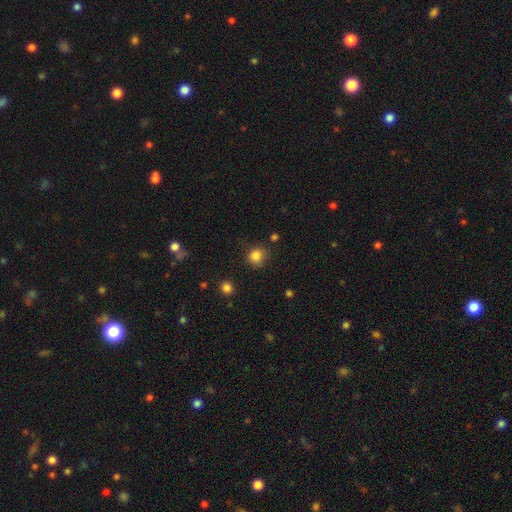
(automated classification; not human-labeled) A smooth galaxy with no disk features (84%) that is round (83%).

Vote fractions:
- Smooth or featured? smooth: 84% / star or artifact: 12% / featured or disk: 4%
- How rounded? round: 83% / in between: 16% / cigar-shaped: 1%
- Merging? none: 75% / minor disturbance: 17% / major disturbance: 5% / merger: 3%